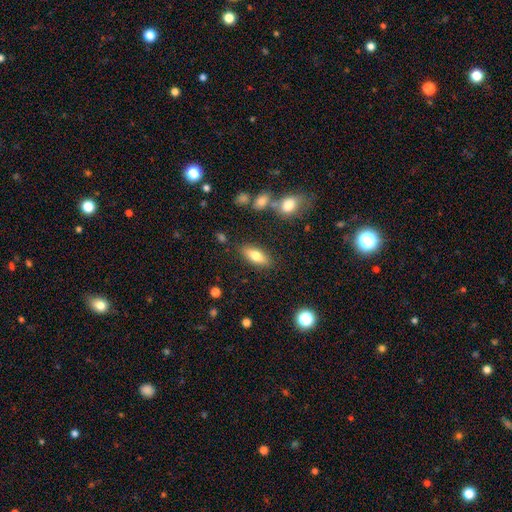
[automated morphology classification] Smooth or featured? smooth (70%)
How rounded? in between (73%)
Merging? none (84%)